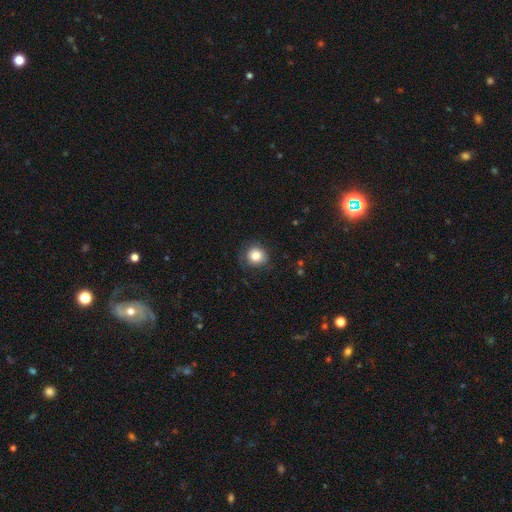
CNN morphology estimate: Smooth or featured?
  - smooth: 81% *
  - star or artifact: 10%
  - featured or disk: 9%
How rounded?
  - round: 86% *
  - in between: 13%
  - cigar-shaped: 1%
Merging?
  - none: 74% *
  - minor disturbance: 18%
  - major disturbance: 7%
  - merger: 1%